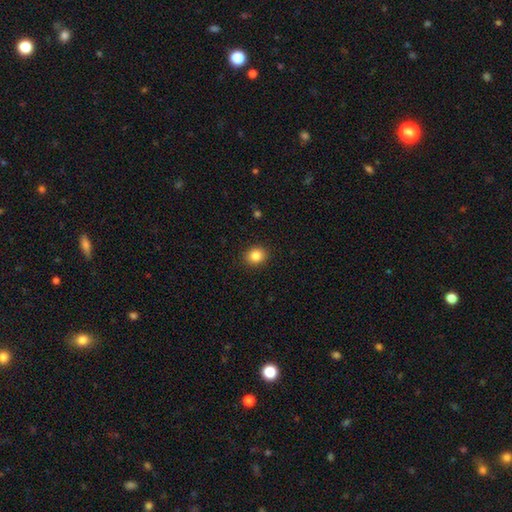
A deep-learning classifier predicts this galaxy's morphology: smooth-or-featured: smooth: 86% | star or artifact: 10% | featured or disk: 5%
  how-rounded: round: 74% | in between: 25% | cigar-shaped: 1%
  merging: none: 91% | minor disturbance: 6% | major disturbance: 2% | merger: 1%